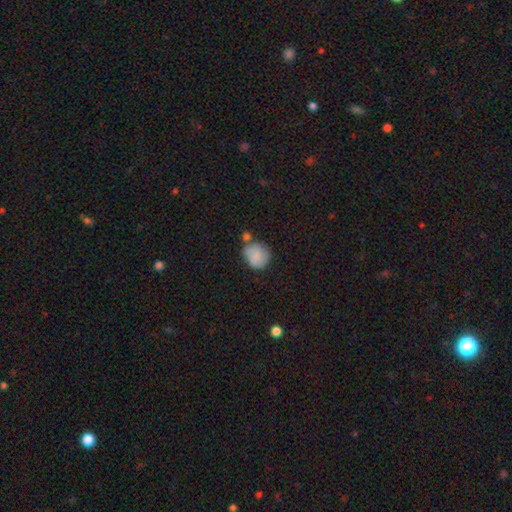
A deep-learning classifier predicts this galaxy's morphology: A smooth galaxy with no disk features (79%) that is round (83%). Merging: none (51%).